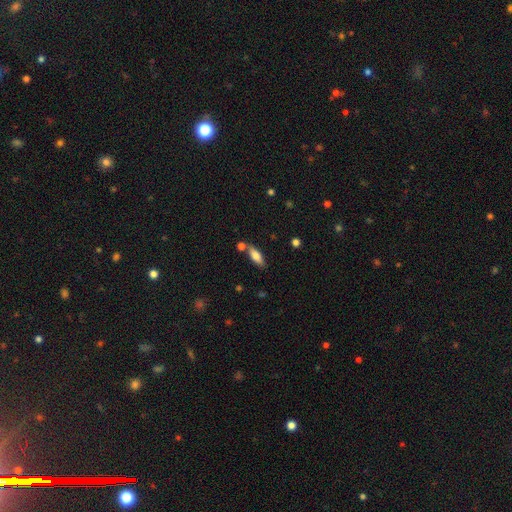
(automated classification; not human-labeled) smooth-or-featured: smooth: 72% | featured or disk: 21% | star or artifact: 7%
  how-rounded: in between: 64% | cigar-shaped: 33% | round: 2%
  merging: none: 71% | minor disturbance: 13% | merger: 12% | major disturbance: 3%